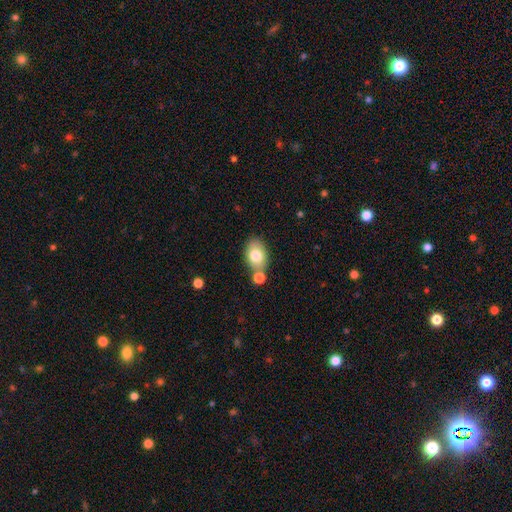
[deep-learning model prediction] This is likely a smooth galaxy (78%). How rounded: clearly in between (83%). Merging: likely none (61%).